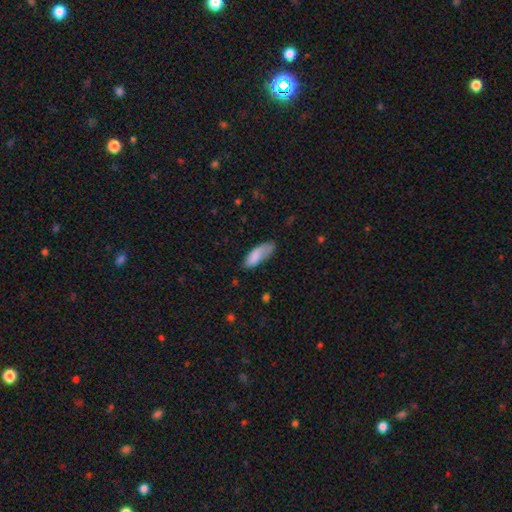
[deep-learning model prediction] smooth-or-featured: smooth: 80% | featured or disk: 14% | star or artifact: 7%
  how-rounded: in between: 76% | cigar-shaped: 23% | round: 2%
  merging: none: 56% | minor disturbance: 31% | major disturbance: 11% | merger: 3%